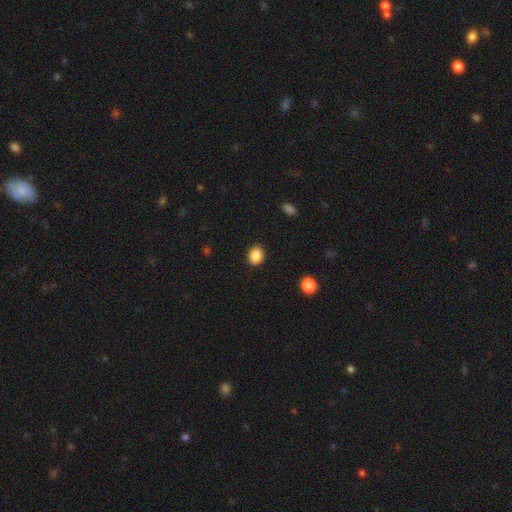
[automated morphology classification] A smooth galaxy with no disk features (87%) that is round (53%). Merging: none (90%).